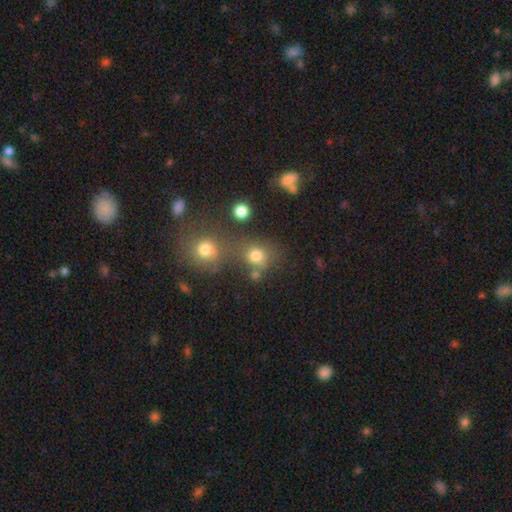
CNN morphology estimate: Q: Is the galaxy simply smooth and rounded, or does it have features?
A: smooth — 75%.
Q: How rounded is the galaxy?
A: round — 77%.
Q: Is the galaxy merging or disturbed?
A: none — 56%.